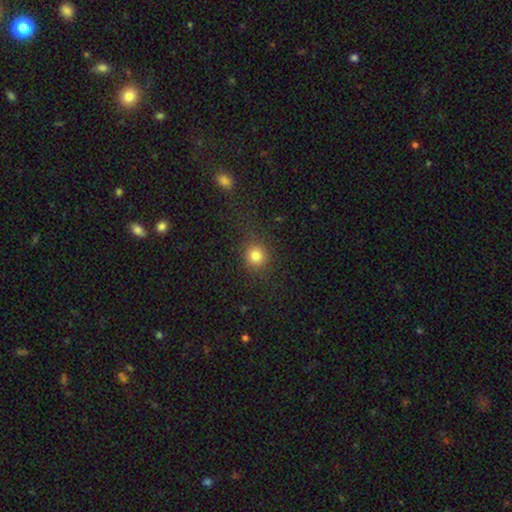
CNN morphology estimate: A smooth galaxy with no disk features (80%) that is round (87%). Merging: none (80%).